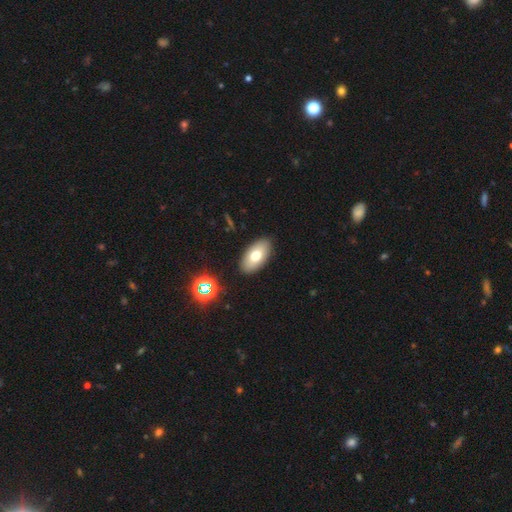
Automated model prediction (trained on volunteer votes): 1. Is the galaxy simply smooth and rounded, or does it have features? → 70% smooth, 22% featured or disk, 9% star or artifact.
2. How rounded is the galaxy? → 93% in between, 4% round, 3% cigar-shaped.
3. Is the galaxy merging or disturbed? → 89% none, 8% minor disturbance, 2% major disturbance, 1% merger.